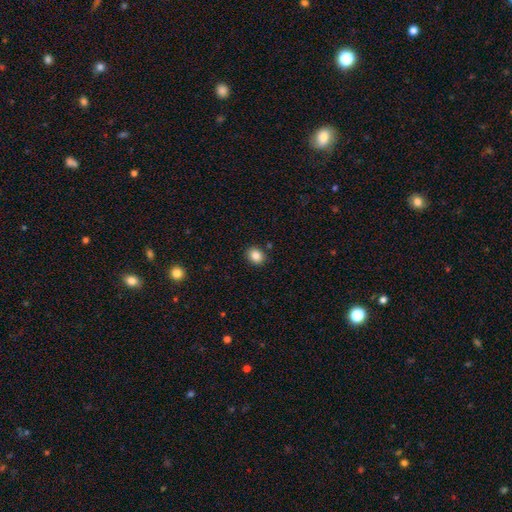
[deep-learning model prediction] This is clearly a smooth galaxy (86%). How rounded: possibly round (56%). Merging: clearly none (88%).